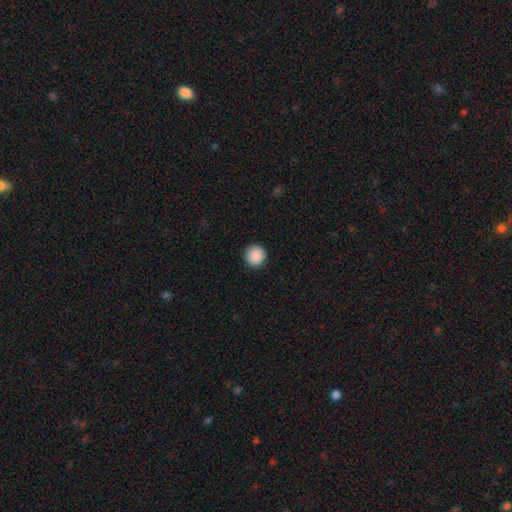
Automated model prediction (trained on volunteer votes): smooth_or_featured: smooth (p=0.90) [alt: star or artifact p=0.08]
how_rounded: round (p=0.93) [alt: in between p=0.06]
merging: none (p=0.92) [alt: minor disturbance p=0.05]